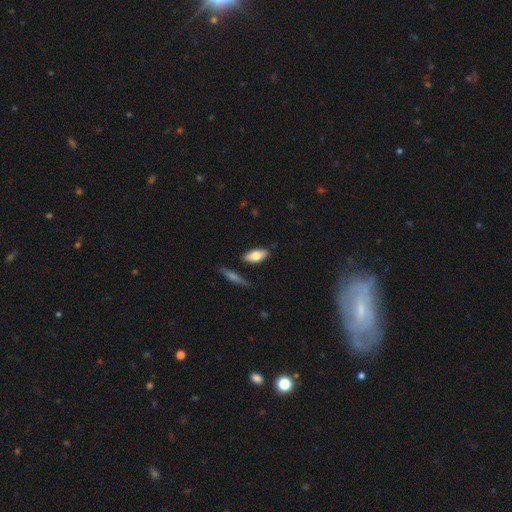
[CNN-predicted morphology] Smooth or featured: smooth — 72% (featured or disk — 22%)
How rounded: in between — 84% (cigar-shaped — 13%)
Merging: none — 82% (minor disturbance — 12%)